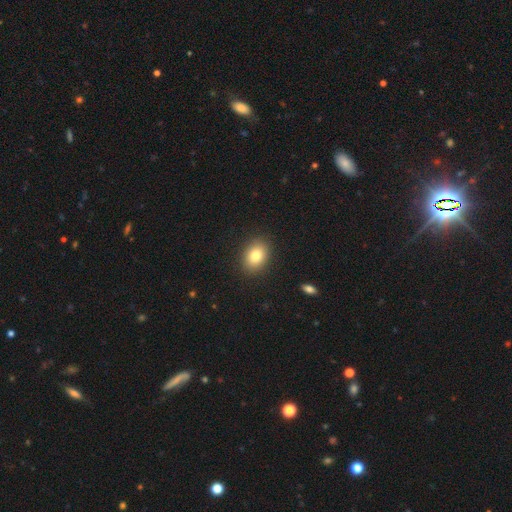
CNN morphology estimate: This appears to be a smooth galaxy with no disk features (82%) that is in between round and cigar-shaped (69%). Merging: none (89%).